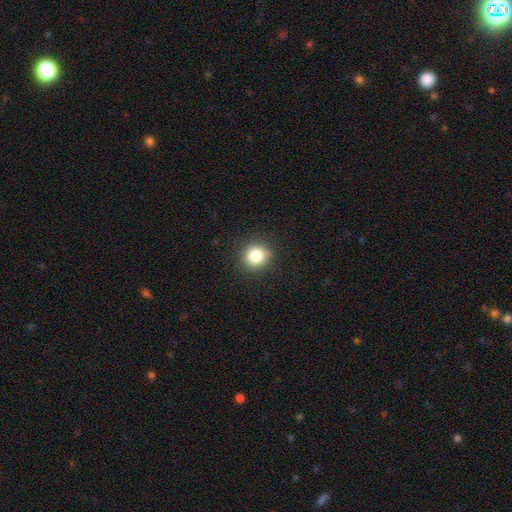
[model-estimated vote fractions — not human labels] Smooth or featured? smooth (83%)
How rounded? round (89%)
Merging? none (89%)